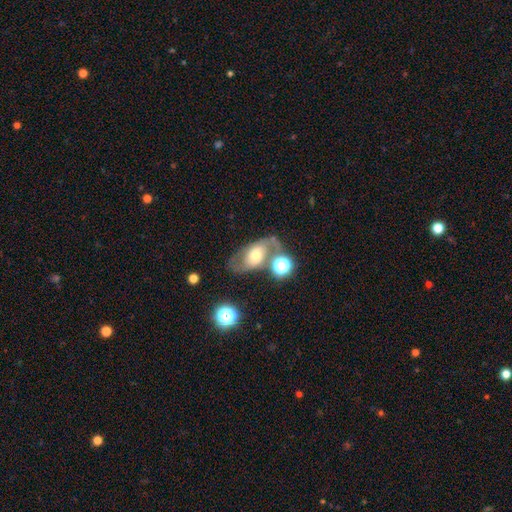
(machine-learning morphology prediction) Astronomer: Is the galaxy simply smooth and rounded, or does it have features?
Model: featured or disk — 57% (runner-up: smooth, 32%).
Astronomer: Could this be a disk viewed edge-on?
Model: no — 92%.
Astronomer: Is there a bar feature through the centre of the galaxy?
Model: no — 59%.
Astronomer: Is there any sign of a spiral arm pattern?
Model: yes — 66%.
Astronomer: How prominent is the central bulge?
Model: moderate — 59%.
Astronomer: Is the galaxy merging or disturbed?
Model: none — 55%.